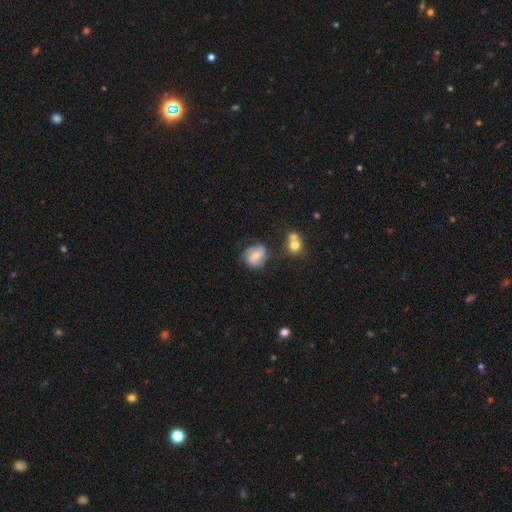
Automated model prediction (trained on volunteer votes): featured or disk 51%, smooth 40%, star or artifact 9%. Down the decision tree: edge-on disk — no (97%); merging — none (60%).